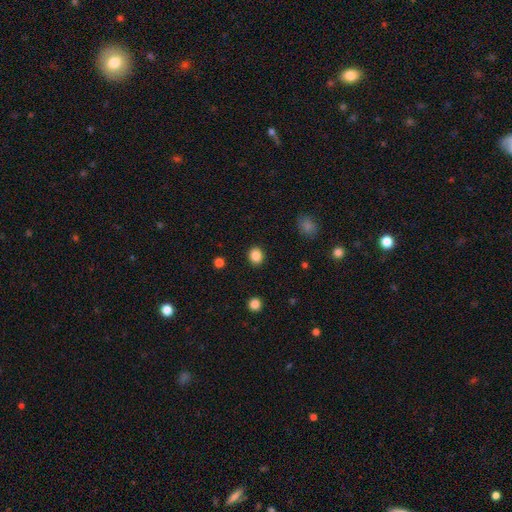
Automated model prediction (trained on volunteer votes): Morphology: type=smooth (86%); roundness=round (67%); merging=none (90%).